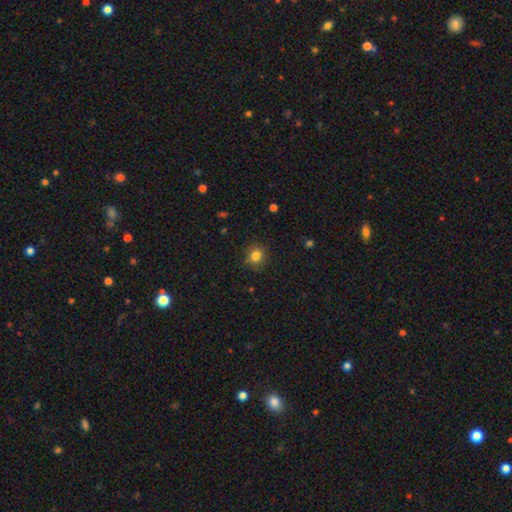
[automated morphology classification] Smooth or featured? smooth (83%)
How rounded? round (72%)
Merging? none (85%)